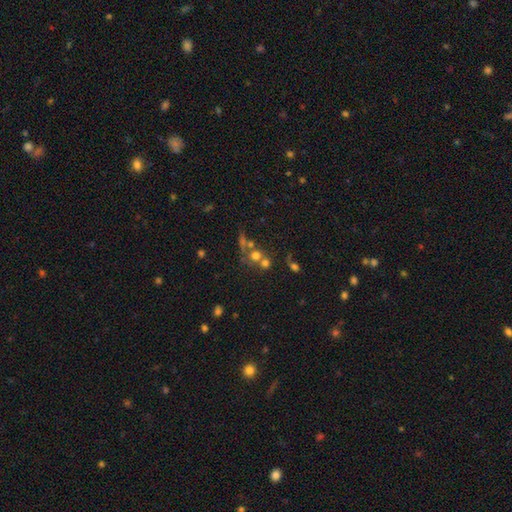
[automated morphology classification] The model was most divided on "merging": merger: 47%, none: 37%, major disturbance: 8%, minor disturbance: 8%. More confident: how rounded — round (84%); smooth or featured — smooth (56%).